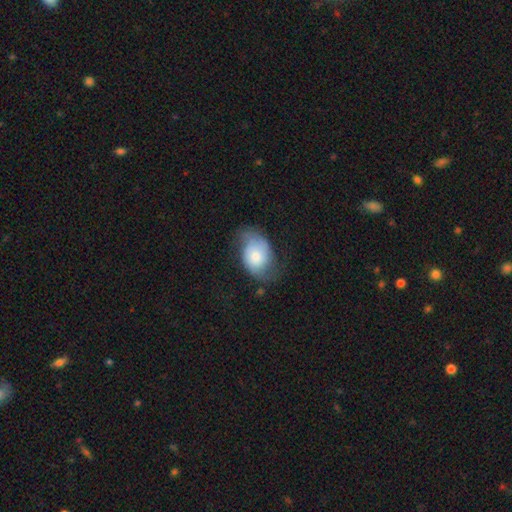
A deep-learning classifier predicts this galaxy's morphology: smooth 47%, featured or disk 45%, star or artifact 8%. Down the decision tree: merging — none (45%).